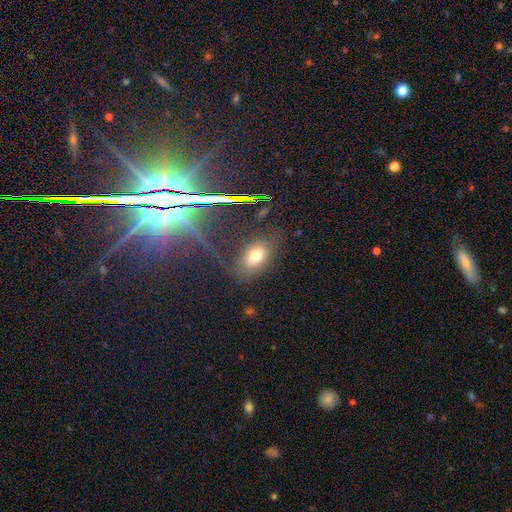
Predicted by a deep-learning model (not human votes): This is likely a smooth galaxy (64%). How rounded: clearly in between (84%). Merging: likely none (73%).